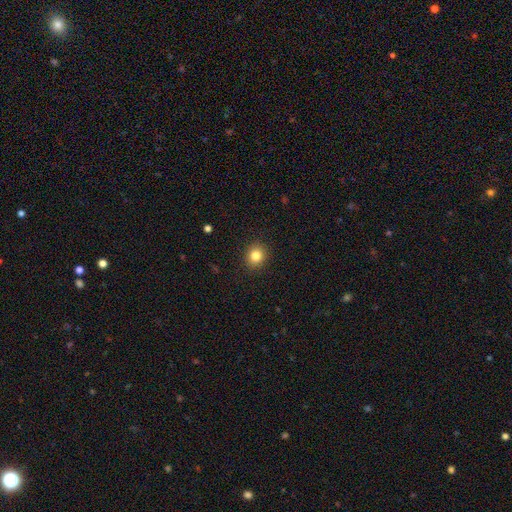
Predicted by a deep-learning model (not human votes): smooth-or-featured: smooth: 83% | star or artifact: 11% | featured or disk: 6%
  how-rounded: round: 79% | in between: 20% | cigar-shaped: 1%
  merging: none: 90% | minor disturbance: 6% | major disturbance: 2% | merger: 1%